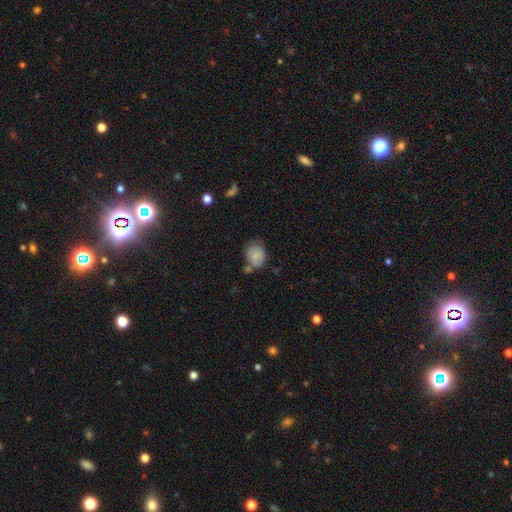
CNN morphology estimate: The model was most divided on "how rounded": round: 61%, in between: 38%, cigar-shaped: 1%. More confident: smooth or featured — smooth (77%); merging — none (50%).